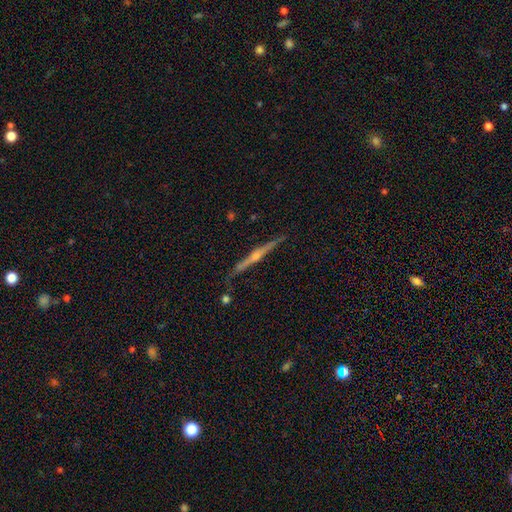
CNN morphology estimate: A featured or disk galaxy (81%) viewed edge-on (98%) with a rounded central bulge (85%). Merging: none (84%).